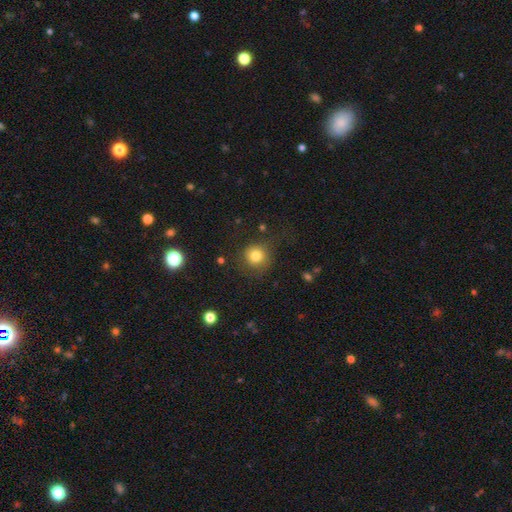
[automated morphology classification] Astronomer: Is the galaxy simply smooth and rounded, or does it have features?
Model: smooth — 81%.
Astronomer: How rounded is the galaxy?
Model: round — 92%.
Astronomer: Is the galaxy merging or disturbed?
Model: none — 78%.